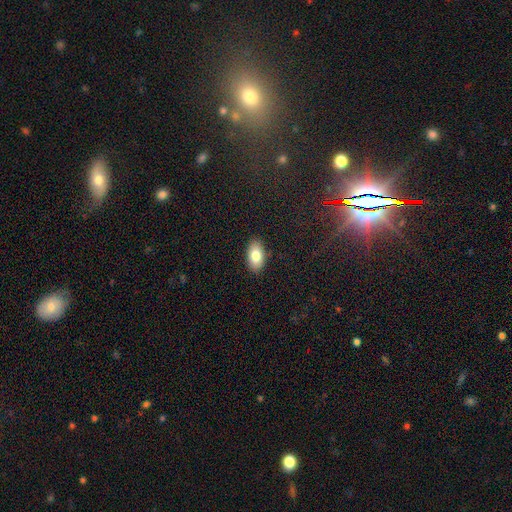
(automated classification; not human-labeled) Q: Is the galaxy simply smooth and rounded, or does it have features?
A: smooth — 80%.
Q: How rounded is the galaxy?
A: in between — 94%.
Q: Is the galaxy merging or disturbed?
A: none — 89%.